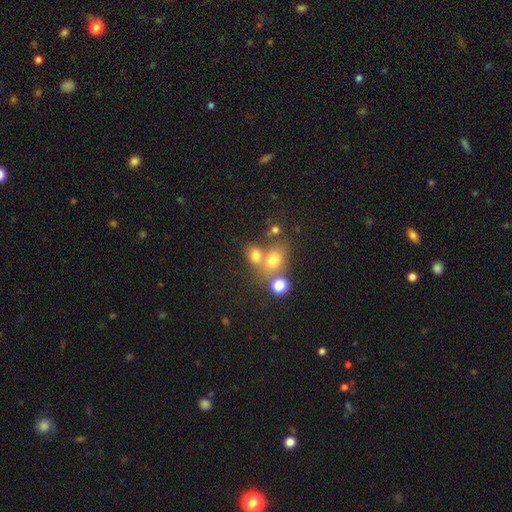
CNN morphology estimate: smooth-or-featured: smooth: 71% | star or artifact: 16% | featured or disk: 13%
  how-rounded: round: 51% | in between: 47% | cigar-shaped: 1%
  merging: none: 43% | merger: 42% | minor disturbance: 10% | major disturbance: 6%